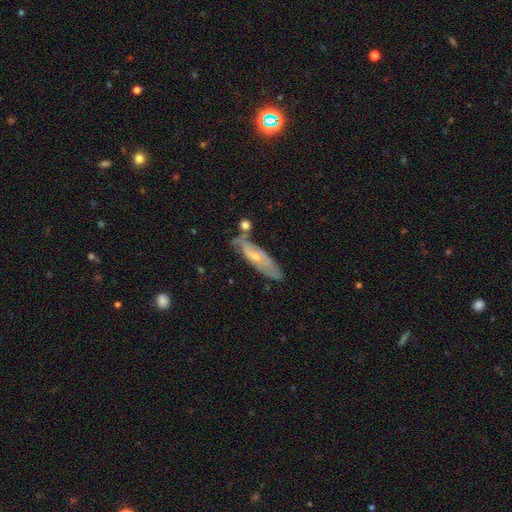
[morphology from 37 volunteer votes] Volunteers were most divided on "bulge size": small: 50%, moderate: 43%, none: 7%, dominant: 0%, large: 0%. More confident: spiral arms — yes (71%); spiral winding — tight (70%); smooth or featured — featured or disk (68%); merging — none (66%); bar — no (64%); edge-on disk — no (56%); spiral arm count — can't tell (50%).